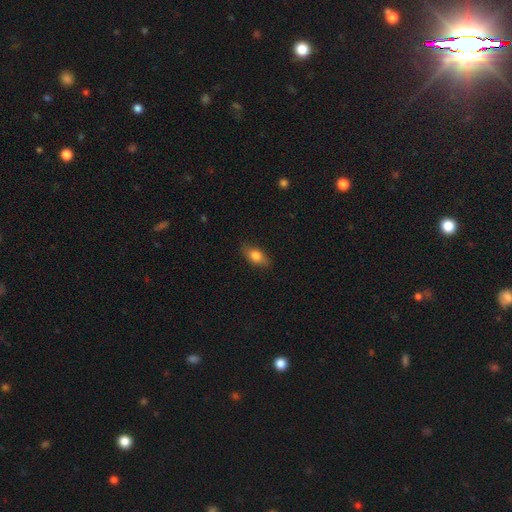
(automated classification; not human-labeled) Q: Smooth or featured?
A: smooth (78%); runner-up: featured or disk (14%)
Q: How rounded?
A: in between (83%); runner-up: cigar-shaped (9%)
Q: Merging?
A: none (84%); runner-up: minor disturbance (13%)